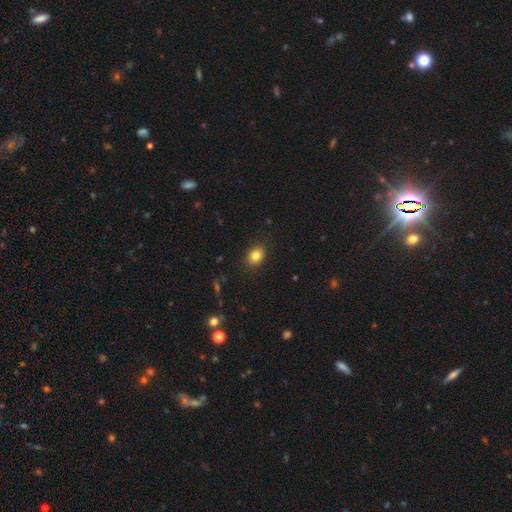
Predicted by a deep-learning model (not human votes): Smooth or featured? Predicted: smooth (p=0.83). How rounded? Predicted: in between (p=0.55). Merging? Predicted: none (p=0.88).